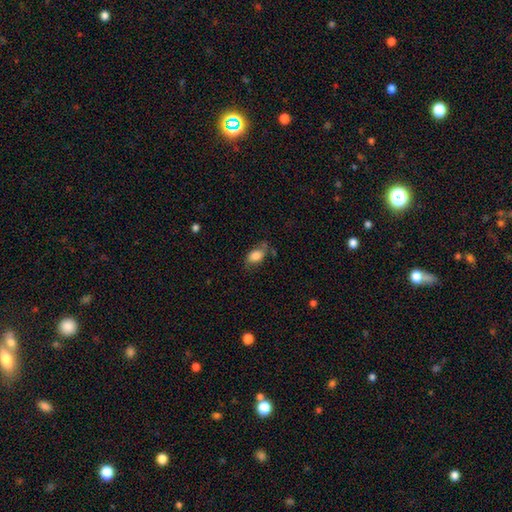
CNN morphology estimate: This is likely a smooth galaxy (77%). How rounded: clearly in between (86%). Merging: possibly none (58%).